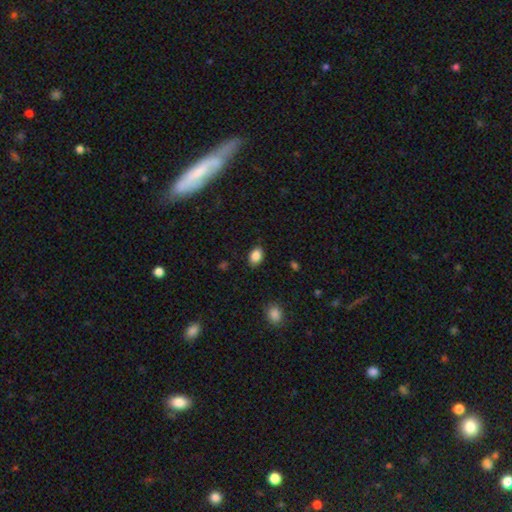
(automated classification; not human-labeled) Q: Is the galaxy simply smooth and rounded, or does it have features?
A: smooth — 87%.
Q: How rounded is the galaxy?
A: in between — 81%.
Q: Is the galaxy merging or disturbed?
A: none — 86%.